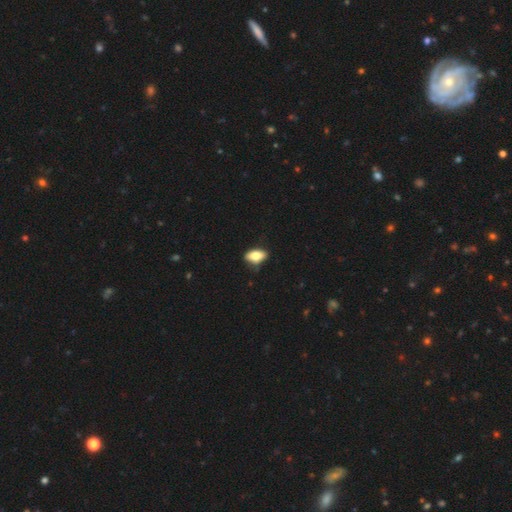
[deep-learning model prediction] Smooth or featured? Predicted: smooth (p=0.78). How rounded? Predicted: in between (p=0.89). Merging? Predicted: none (p=0.79).